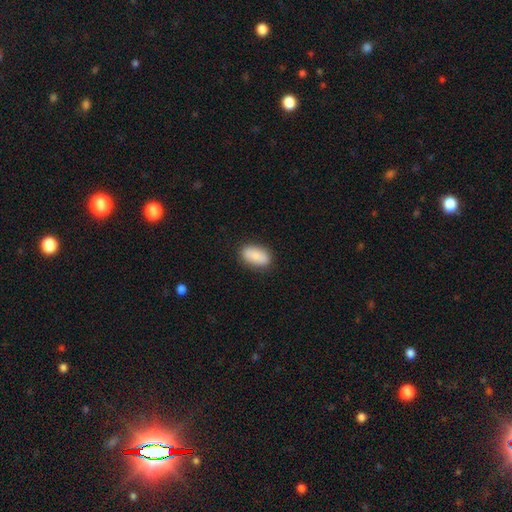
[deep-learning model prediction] Smooth or featured?
  - smooth: 84% *
  - featured or disk: 10%
  - star or artifact: 6%
How rounded?
  - in between: 92% *
  - round: 6%
  - cigar-shaped: 3%
Merging?
  - none: 85% *
  - minor disturbance: 11%
  - major disturbance: 2%
  - merger: 1%